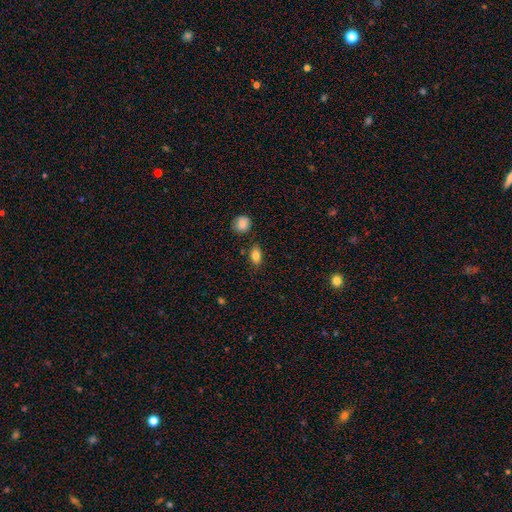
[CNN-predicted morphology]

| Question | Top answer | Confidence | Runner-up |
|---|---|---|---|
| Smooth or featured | smooth | 84% | star or artifact (9%) |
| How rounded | in between | 84% | round (12%) |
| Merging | none | 83% | minor disturbance (11%) |